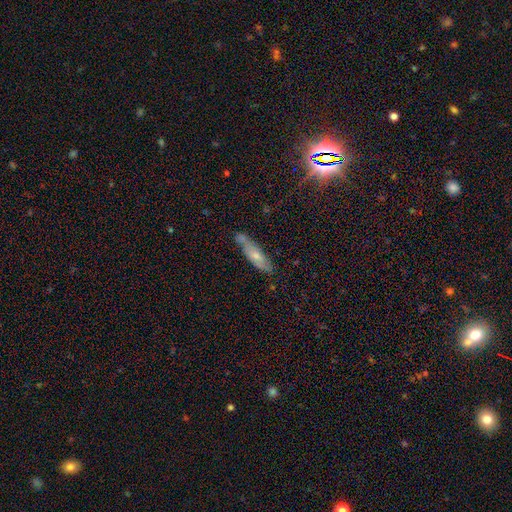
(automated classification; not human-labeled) Smooth or featured: smooth — 56% (featured or disk — 36%)
How rounded: cigar-shaped — 68% (in between — 30%)
Merging: none — 62% (minor disturbance — 22%)